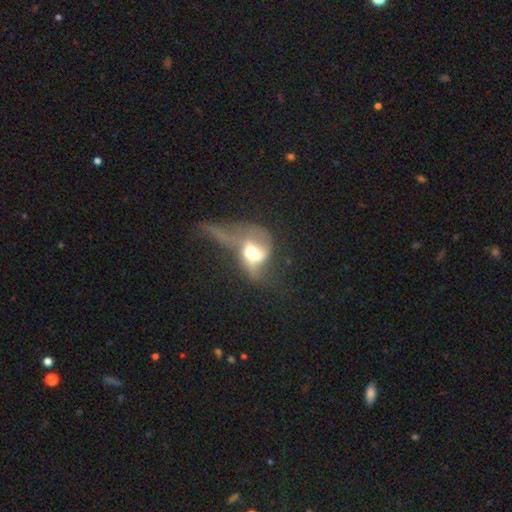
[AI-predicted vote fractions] Morphology: type=featured or disk (57%); edge-on=no (92%); bar=no (63%); spiral arms=no (53%); bulge=moderate (57%); merging=major disturbance (53%).